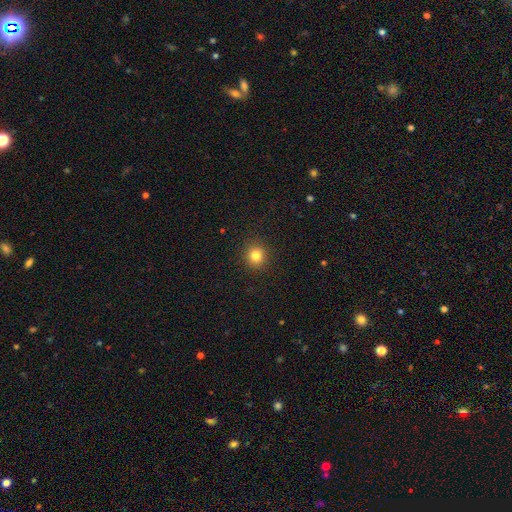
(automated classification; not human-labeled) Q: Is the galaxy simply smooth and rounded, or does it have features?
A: smooth — 82%.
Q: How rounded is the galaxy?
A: round — 90%.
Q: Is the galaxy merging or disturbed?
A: none — 91%.